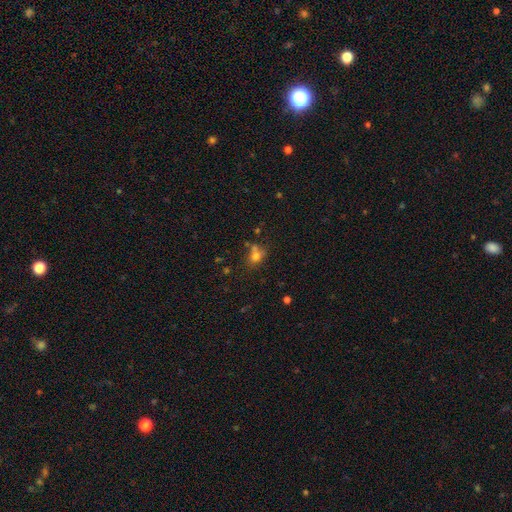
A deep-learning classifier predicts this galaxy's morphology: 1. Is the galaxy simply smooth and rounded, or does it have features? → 70% smooth, 17% star or artifact, 13% featured or disk.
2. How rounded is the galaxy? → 50% in between, 48% round, 2% cigar-shaped.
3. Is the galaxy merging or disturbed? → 49% none, 26% merger, 17% minor disturbance, 8% major disturbance.